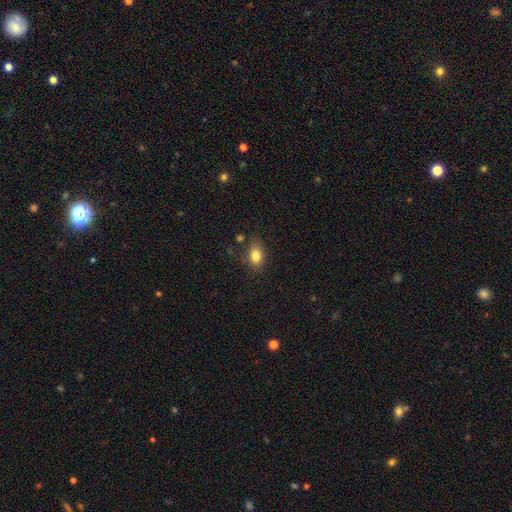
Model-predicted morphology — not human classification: The model was most divided on "how rounded": in between: 71%, round: 28%, cigar-shaped: 2%. More confident: smooth or featured — smooth (82%); merging — none (75%).